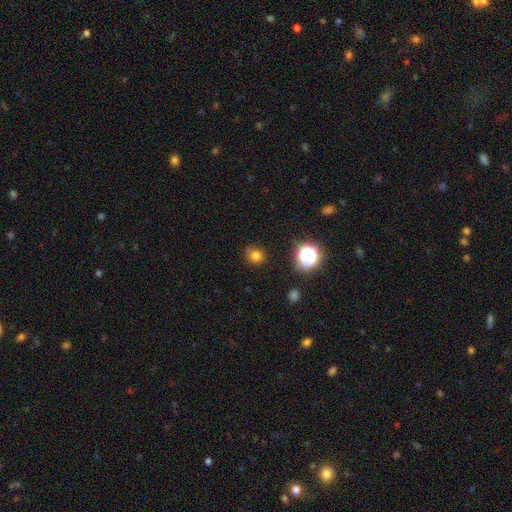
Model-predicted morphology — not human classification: Smooth or featured?
  - smooth: 76% *
  - star or artifact: 18%
  - featured or disk: 6%
How rounded?
  - round: 80% *
  - in between: 19%
  - cigar-shaped: 1%
Merging?
  - none: 76% *
  - minor disturbance: 16%
  - major disturbance: 4%
  - merger: 4%